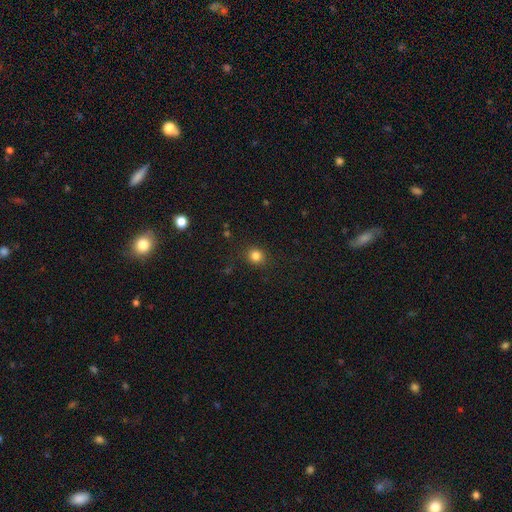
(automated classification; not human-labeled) Smooth or featured: smooth — 83% (star or artifact — 13%)
How rounded: round — 86% (in between — 13%)
Merging: none — 88% (minor disturbance — 8%)